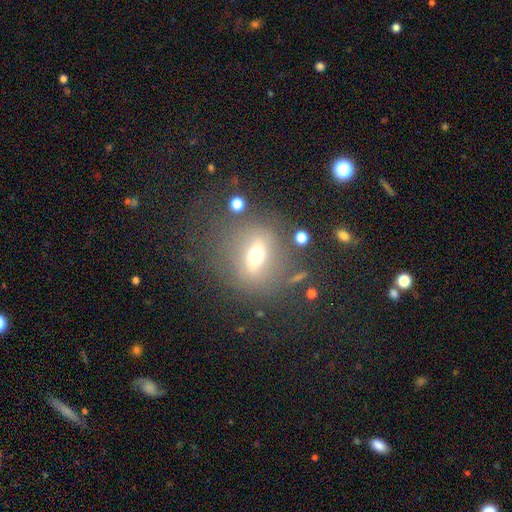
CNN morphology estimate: Smooth or featured? smooth (44%)
Merging? none (70%)